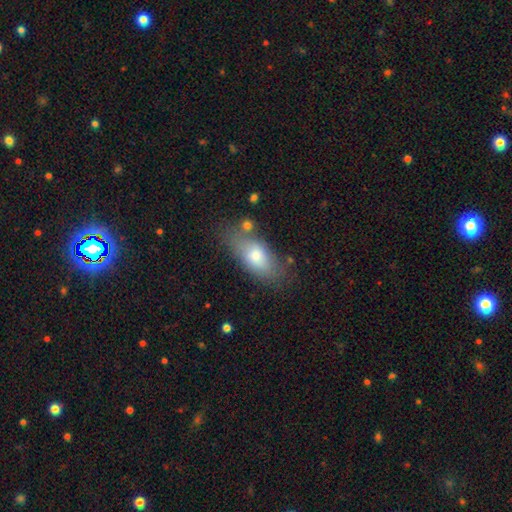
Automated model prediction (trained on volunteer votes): A smooth galaxy with no disk features (74%) that is in between round and cigar-shaped (85%). Merging: none (69%).